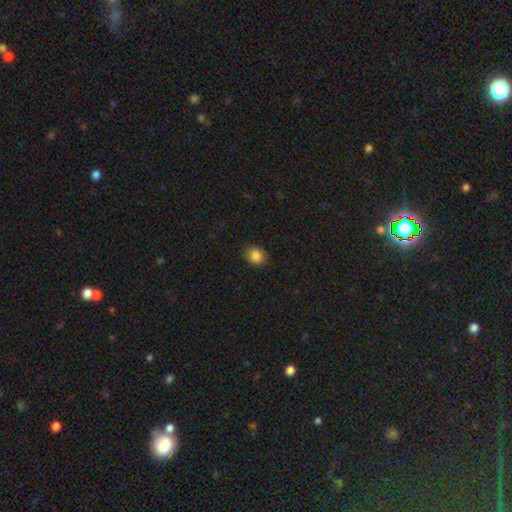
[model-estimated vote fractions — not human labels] Overall: smooth (86%). How rounded: round (55%; in between 44%). Merging: none (86%).